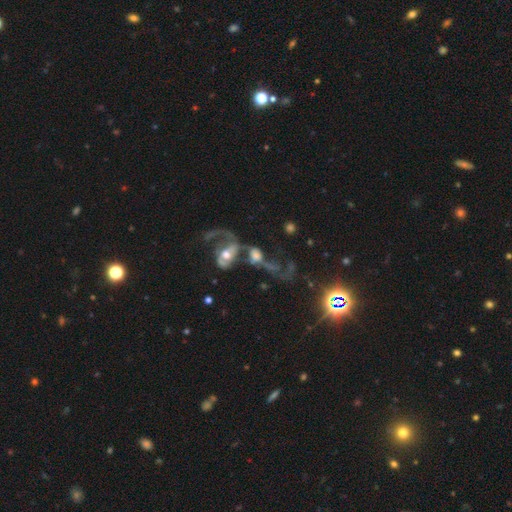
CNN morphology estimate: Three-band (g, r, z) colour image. It shows a featured or disk galaxy (62%) with no bar (63%), spiral arms (68%) and a moderate central bulge (52%). Merging: merger (66%).